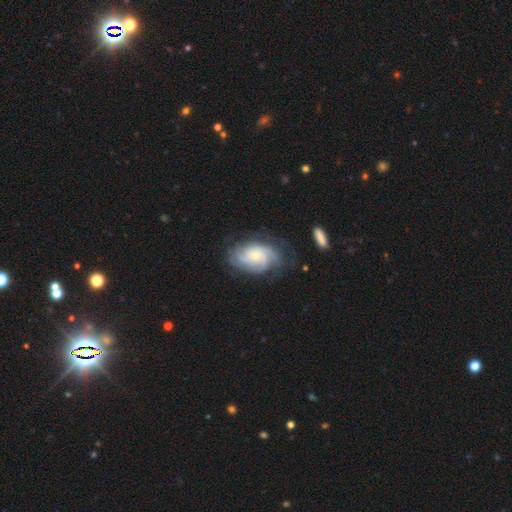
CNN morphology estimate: Smooth or featured?
  - featured or disk: 83% *
  - smooth: 12%
  - star or artifact: 6%
Edge-on disk?
  - no: 97% *
  - yes: 3%
Bar?
  - no: 73% *
  - weak: 23%
  - strong: 4%
Spiral arms?
  - yes: 96% *
  - no: 4%
Spiral winding?
  - tight: 57% *
  - medium: 33%
  - loose: 10%
Spiral arm count?
  - can't tell: 28% *
  - 4: 25%
  - 3: 22%
  - 2: 13%
  - more than 4: 8%
  - 1: 5%
Bulge size?
  - small: 65% *
  - moderate: 29%
  - large: 3%
  - none: 2%
  - dominant: 1%
Merging?
  - none: 67% *
  - minor disturbance: 20%
  - major disturbance: 11%
  - merger: 2%